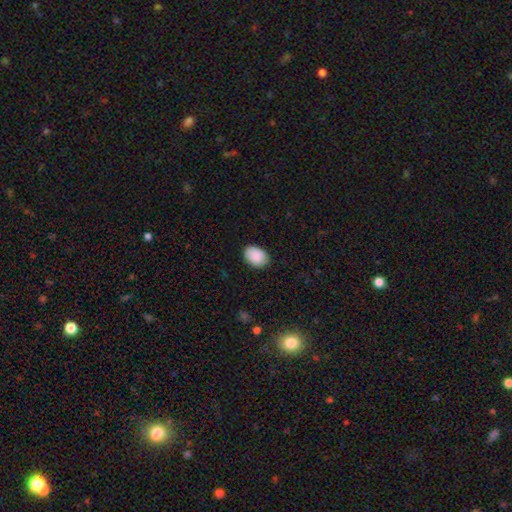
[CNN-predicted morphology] smooth 90%, star or artifact 7%, featured or disk 3%. Down the decision tree: how rounded — in between (79%); merging — none (85%).